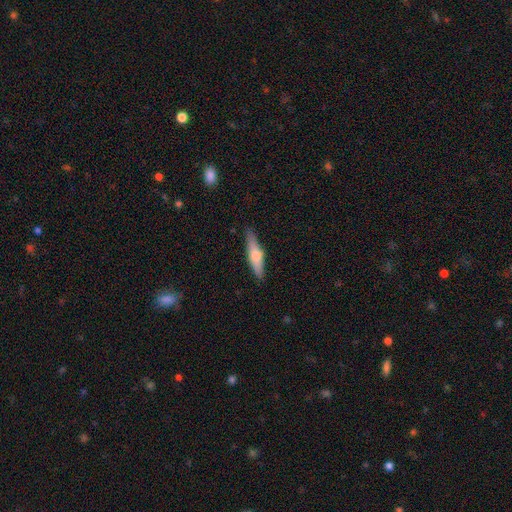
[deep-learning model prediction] Overall: smooth (53%; featured or disk 42%). How rounded: cigar-shaped (76%). Merging: none (85%).